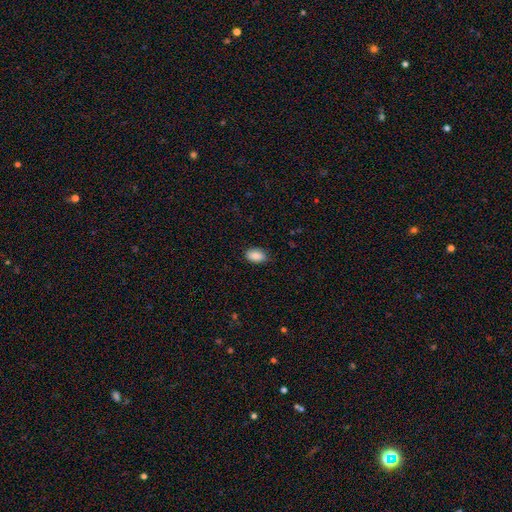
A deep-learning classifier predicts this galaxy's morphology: Smooth or featured? Predicted: smooth (p=0.89). How rounded? Predicted: in between (p=0.90). Merging? Predicted: none (p=0.83).